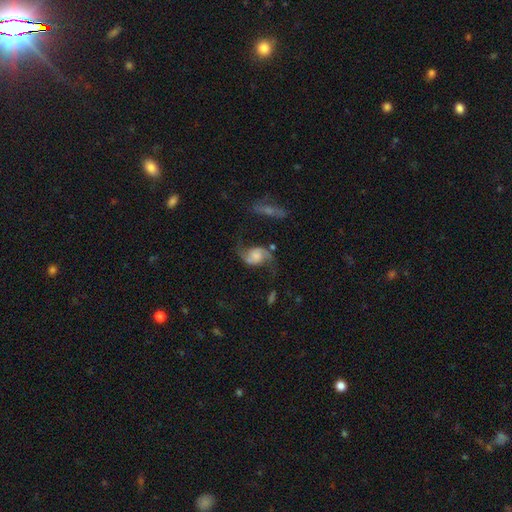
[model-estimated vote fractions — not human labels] Smooth or featured? Predicted: featured or disk (p=0.83). Edge-on disk? Predicted: no (p=0.97). Bar? Predicted: no (p=0.62). Spiral arms? Predicted: yes (p=0.96). Spiral winding? Predicted: loose (p=0.67). Spiral arm count? Predicted: 2 (p=0.93). Bulge size? Predicted: small (p=0.28). Merging? Predicted: none (p=0.62).